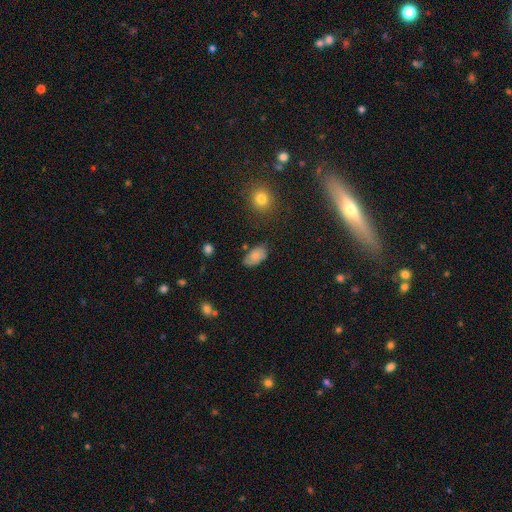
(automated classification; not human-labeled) Overall: smooth (76%). How rounded: in between (92%). Merging: none (70%).